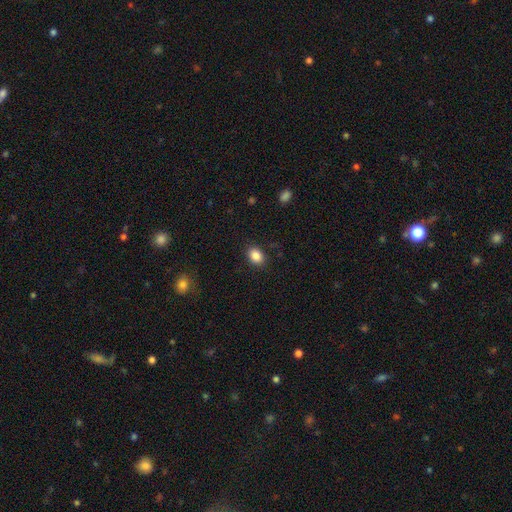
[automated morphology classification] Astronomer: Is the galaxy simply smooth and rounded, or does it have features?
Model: smooth — 87%.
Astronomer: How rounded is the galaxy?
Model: in between — 71%.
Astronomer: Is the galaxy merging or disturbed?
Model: none — 87%.